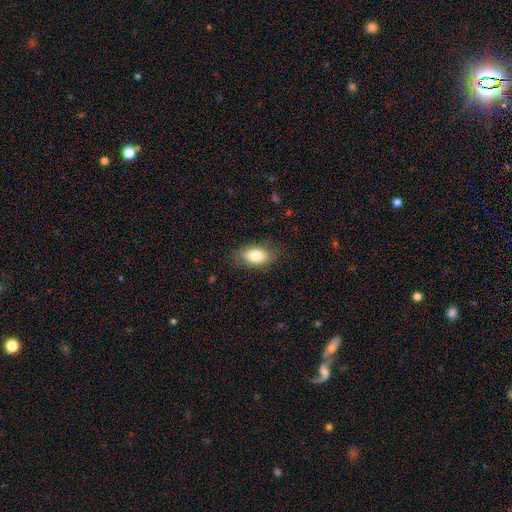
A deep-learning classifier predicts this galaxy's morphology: Smooth or featured? smooth (79%)
How rounded? in between (89%)
Merging? none (82%)